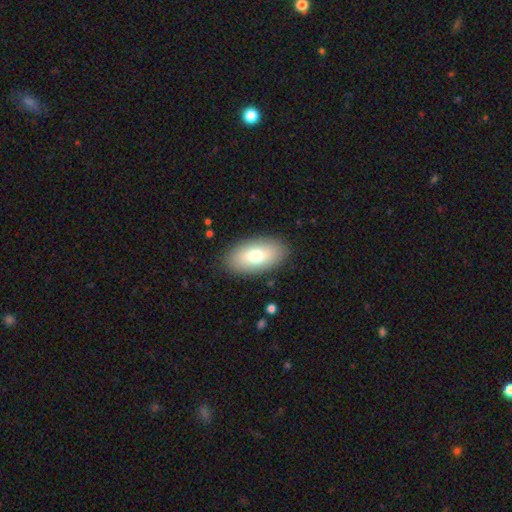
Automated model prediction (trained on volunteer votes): Smooth or featured? Predicted: smooth (p=0.72). How rounded? Predicted: in between (p=0.92). Merging? Predicted: none (p=0.87).